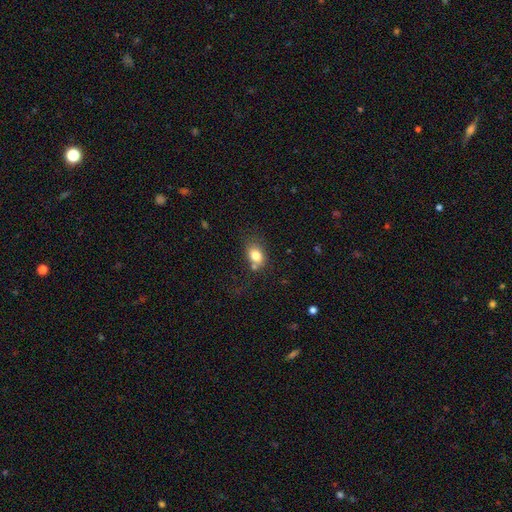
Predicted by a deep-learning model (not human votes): The model was most divided on "how rounded": in between: 65%, round: 34%, cigar-shaped: 1%. More confident: smooth or featured — smooth (80%); merging — none (57%).